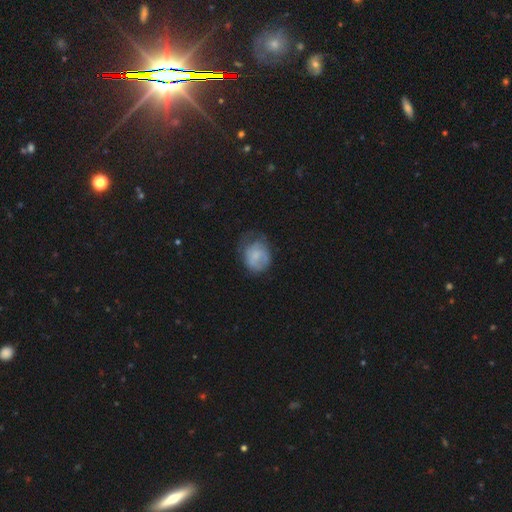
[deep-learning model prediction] This is likely a smooth galaxy (61%). How rounded: likely round (64%). Merging: marginally none (44%).